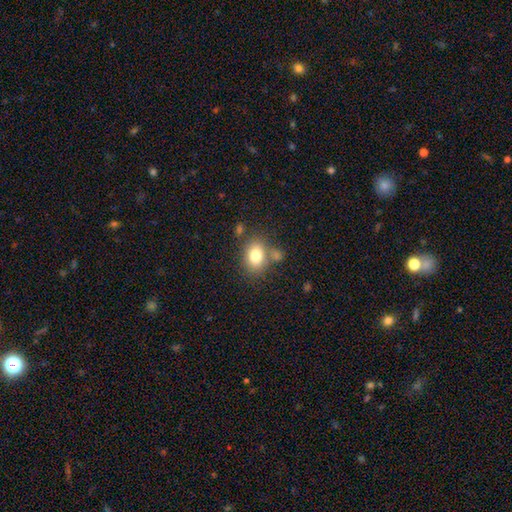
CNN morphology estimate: A smooth galaxy with no disk features (79%) that is in between round and cigar-shaped (68%). Merging: none (67%).